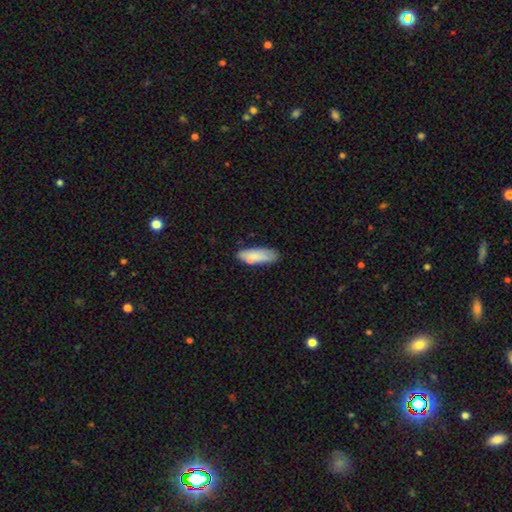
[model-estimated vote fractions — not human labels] Smooth or featured? smooth (79%)
How rounded? in between (64%)
Merging? none (70%)